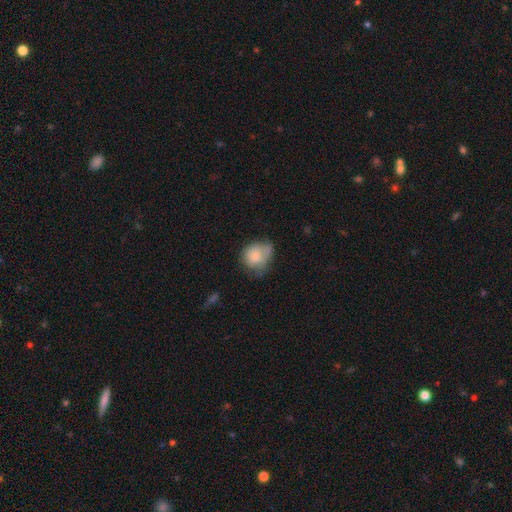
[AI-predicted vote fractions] Smooth or featured: smooth — 72% (featured or disk — 20%)
How rounded: round — 68% (in between — 31%)
Merging: none — 38% (tied with minor disturbance — 38%)